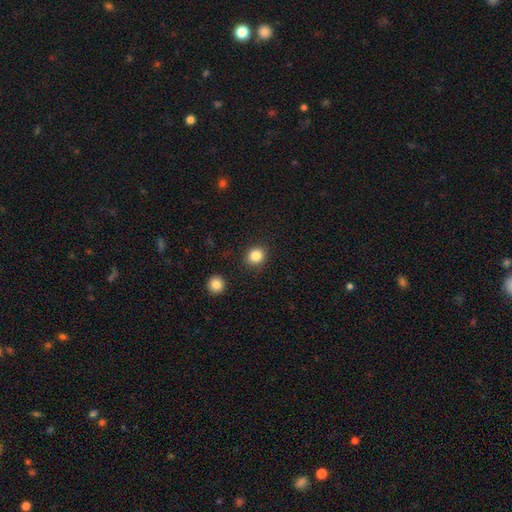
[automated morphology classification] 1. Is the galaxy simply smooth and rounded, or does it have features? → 85% smooth, 10% star or artifact, 5% featured or disk.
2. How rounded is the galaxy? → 74% round, 25% in between, 1% cigar-shaped.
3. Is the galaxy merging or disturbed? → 87% none, 8% minor disturbance, 3% major disturbance, 2% merger.